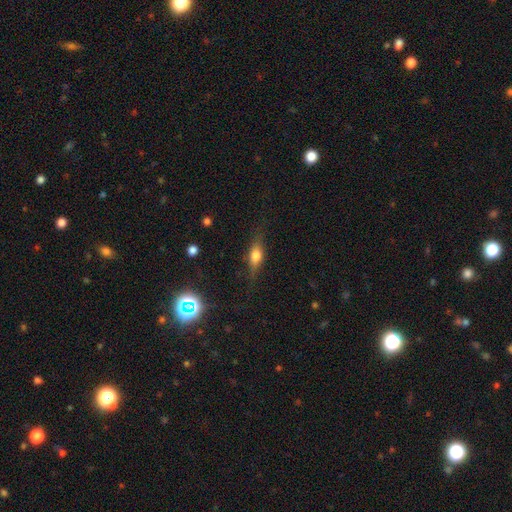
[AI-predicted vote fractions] Smooth or featured? smooth (53%)
How rounded? in between (57%)
Merging? none (75%)